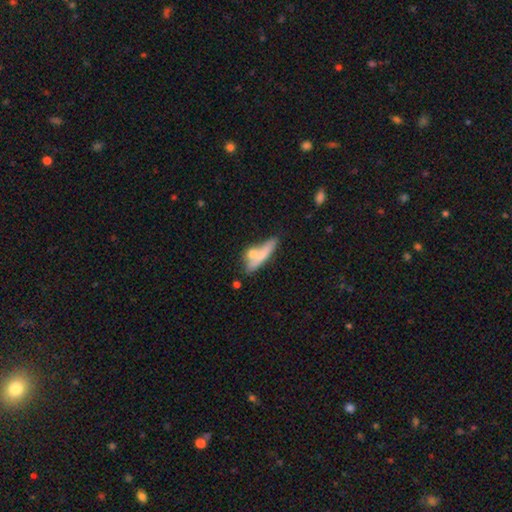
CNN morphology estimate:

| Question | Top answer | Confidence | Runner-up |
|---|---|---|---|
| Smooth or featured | smooth | 63% | featured or disk (30%) |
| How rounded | cigar-shaped | 70% | in between (26%) |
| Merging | none | 47% | merger (29%) |